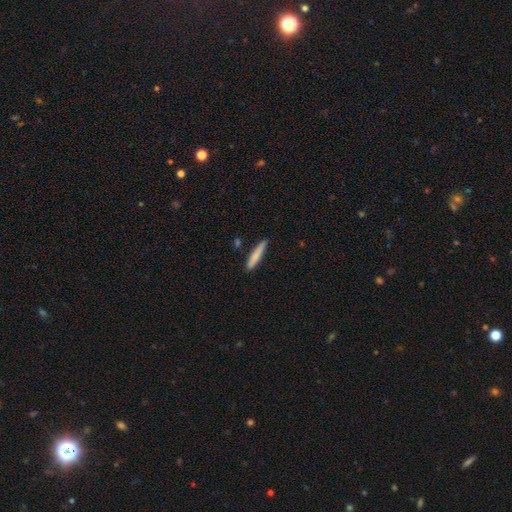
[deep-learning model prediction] A smooth galaxy with no disk features (80%) that is cigar-shaped (93%).

Vote fractions:
- Smooth or featured? smooth: 80% / featured or disk: 14% / star or artifact: 6%
- How rounded? cigar-shaped: 93% / in between: 6% / round: 1%
- Merging? none: 86% / minor disturbance: 10% / merger: 2% / major disturbance: 2%